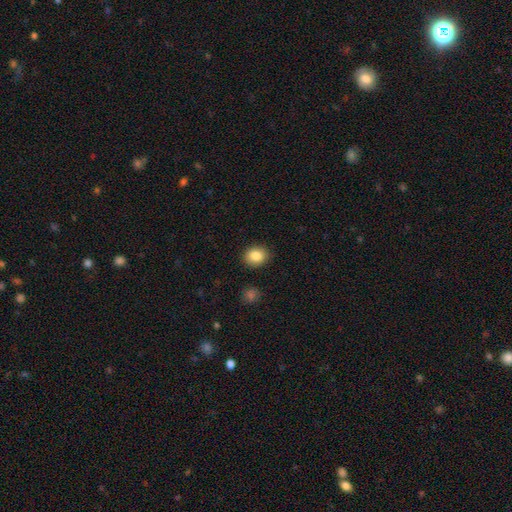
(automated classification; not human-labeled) This appears to be a smooth galaxy with no disk features (86%) that is round (65%). Merging: none (89%).